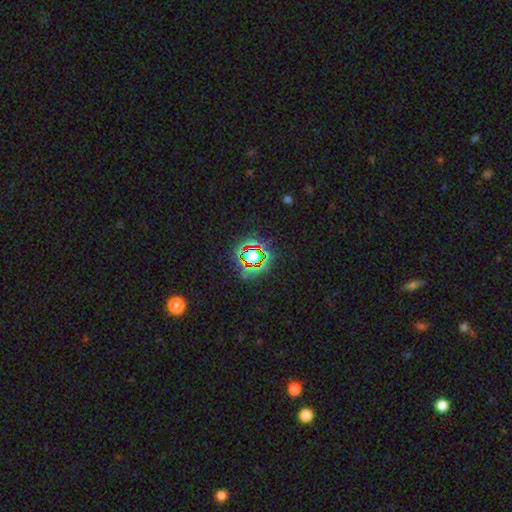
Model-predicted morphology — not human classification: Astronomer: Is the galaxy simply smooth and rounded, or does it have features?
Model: star or artifact — 73%.